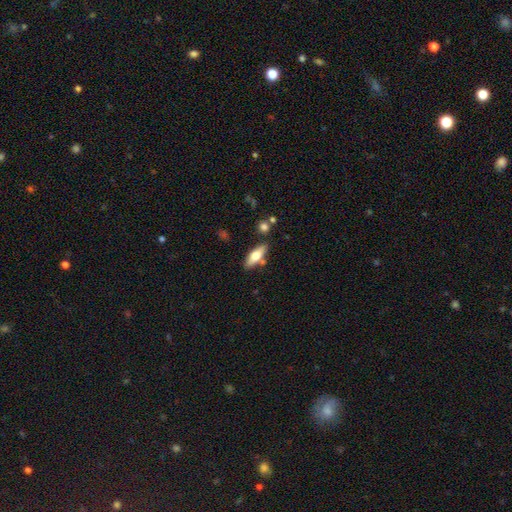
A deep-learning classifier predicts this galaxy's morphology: Overall: smooth (58%; featured or disk 36%). How rounded: in between (61%; cigar-shaped 37%). Merging: none (78%).